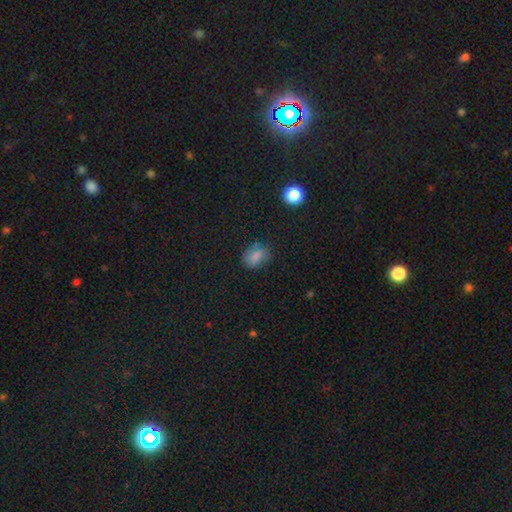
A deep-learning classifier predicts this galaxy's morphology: This is likely a smooth galaxy (78%). How rounded: likely in between (72%). Merging: likely none (72%).